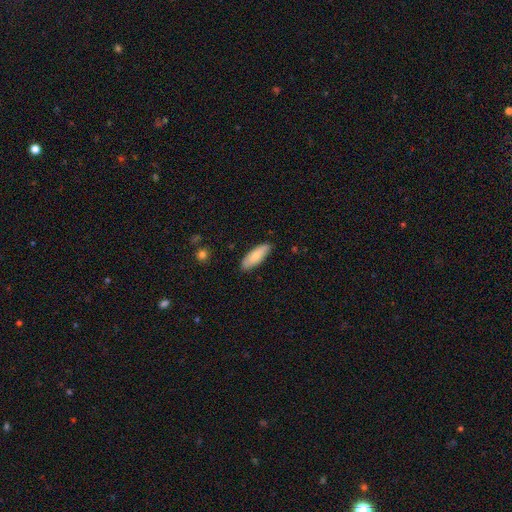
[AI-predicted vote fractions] smooth-or-featured: smooth: 79% | featured or disk: 15% | star or artifact: 6%
  how-rounded: in between: 67% | cigar-shaped: 31% | round: 2%
  merging: none: 84% | minor disturbance: 12% | major disturbance: 2% | merger: 1%